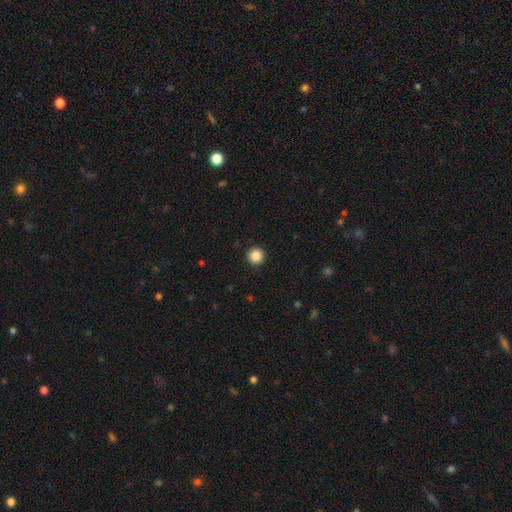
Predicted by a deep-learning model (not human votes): Smooth or featured? Predicted: smooth (p=0.86). How rounded? Predicted: round (p=0.96). Merging? Predicted: none (p=0.93).